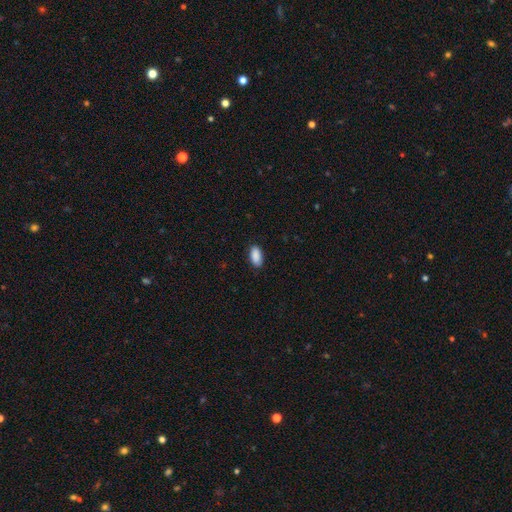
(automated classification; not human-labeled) This is clearly a smooth galaxy (90%). How rounded: clearly in between (93%). Merging: clearly none (86%).